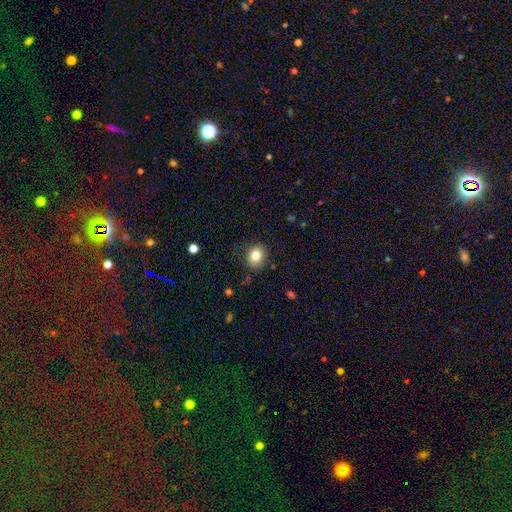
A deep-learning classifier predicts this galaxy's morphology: The model was most divided on "how rounded": round: 65%, in between: 34%, cigar-shaped: 1%. More confident: merging — none (84%); smooth or featured — smooth (81%).